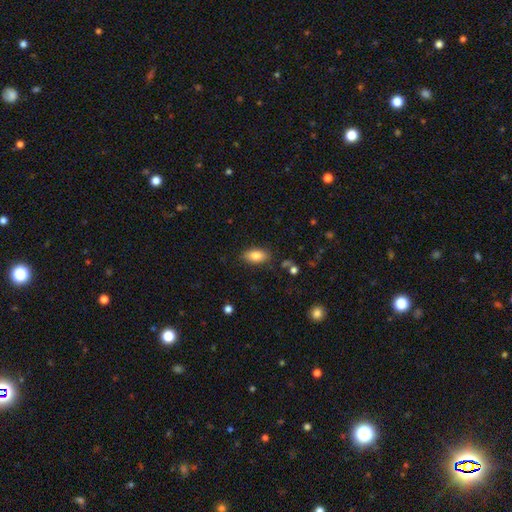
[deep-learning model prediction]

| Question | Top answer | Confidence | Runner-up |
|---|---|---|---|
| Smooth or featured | smooth | 82% | featured or disk (11%) |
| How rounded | in between | 89% | cigar-shaped (7%) |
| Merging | none | 84% | minor disturbance (12%) |